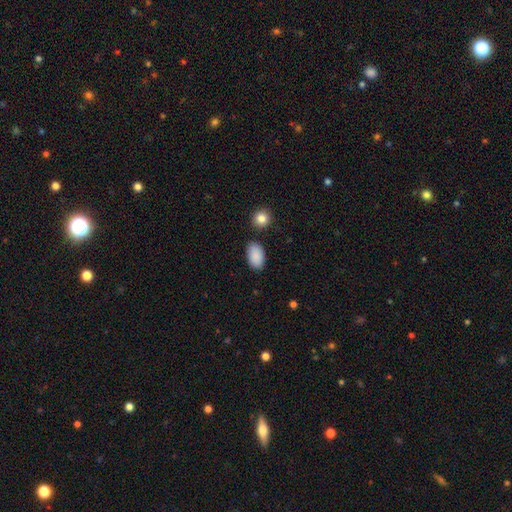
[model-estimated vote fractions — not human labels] This is clearly a smooth galaxy (90%). How rounded: clearly in between (93%). Merging: clearly none (83%).